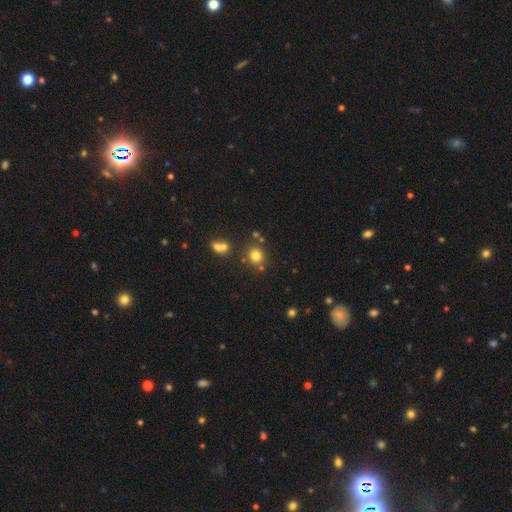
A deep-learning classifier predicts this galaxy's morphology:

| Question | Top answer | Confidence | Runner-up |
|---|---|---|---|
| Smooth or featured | smooth | 77% | star or artifact (15%) |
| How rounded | round | 86% | in between (13%) |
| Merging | none | 75% | merger (13%) |